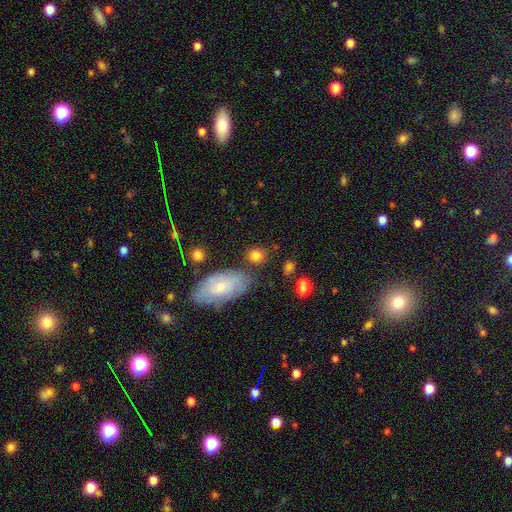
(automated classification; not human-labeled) smooth_or_featured: smooth (p=0.78) [alt: featured or disk p=0.12]
how_rounded: round (p=0.59) [alt: in between p=0.39]
merging: none (p=0.72) [alt: minor disturbance p=0.15]